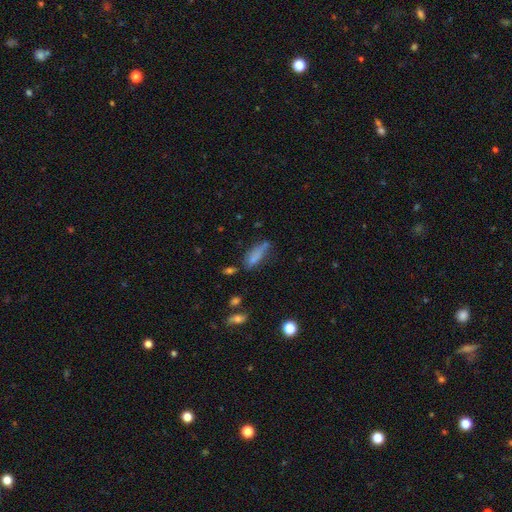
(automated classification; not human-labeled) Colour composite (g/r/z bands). It shows a smooth galaxy with no disk features (72%) that is in between round and cigar-shaped (52%). Merging: none (44%).